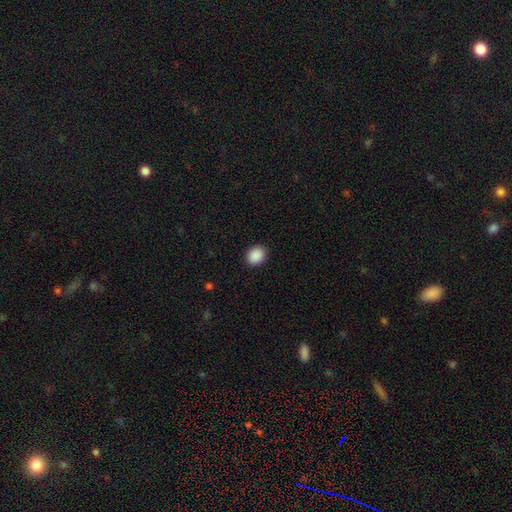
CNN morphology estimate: Smooth or featured?
  - smooth: 90% *
  - star or artifact: 8%
  - featured or disk: 2%
How rounded?
  - round: 52% *
  - in between: 47%
  - cigar-shaped: 1%
Merging?
  - none: 90% *
  - minor disturbance: 7%
  - major disturbance: 2%
  - merger: 1%